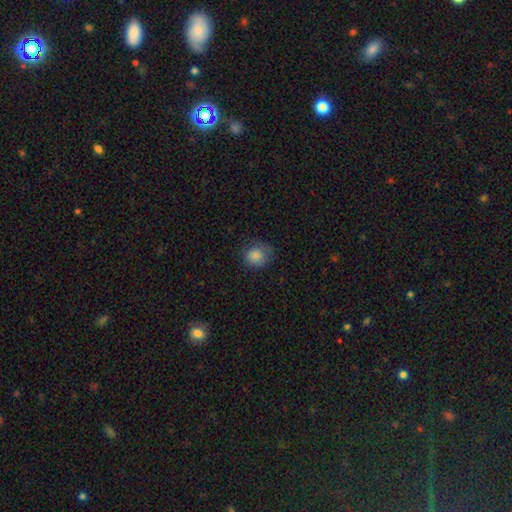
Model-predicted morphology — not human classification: This appears to be a smooth galaxy with no disk features (85%) that is round (78%). Merging: none (68%).